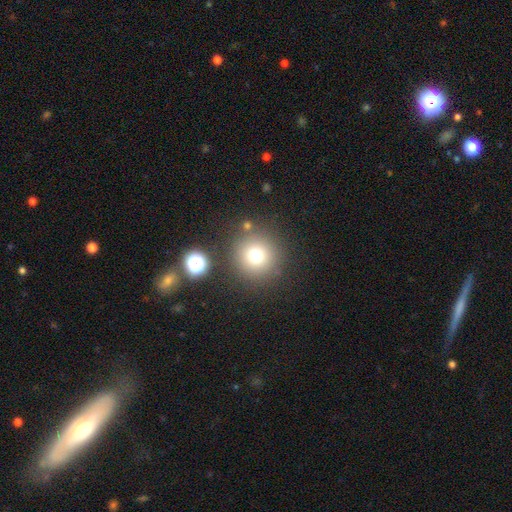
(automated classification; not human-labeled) smooth_or_featured: smooth (p=0.74) [alt: star or artifact p=0.17]
how_rounded: round (p=0.95) [alt: in between p=0.04]
merging: none (p=0.84) [alt: minor disturbance p=0.08]